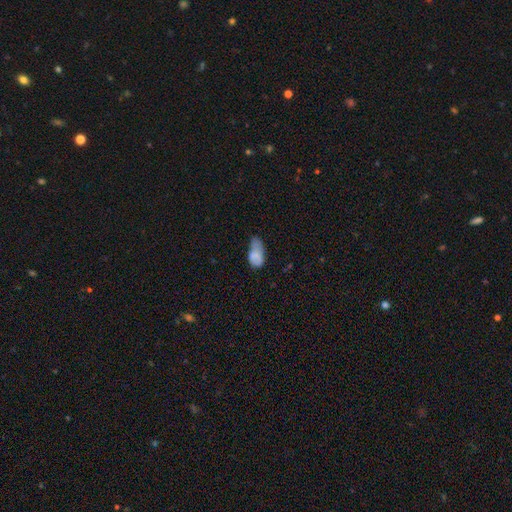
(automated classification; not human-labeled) Smooth or featured? smooth (76%)
How rounded? in between (91%)
Merging? minor disturbance (43%)